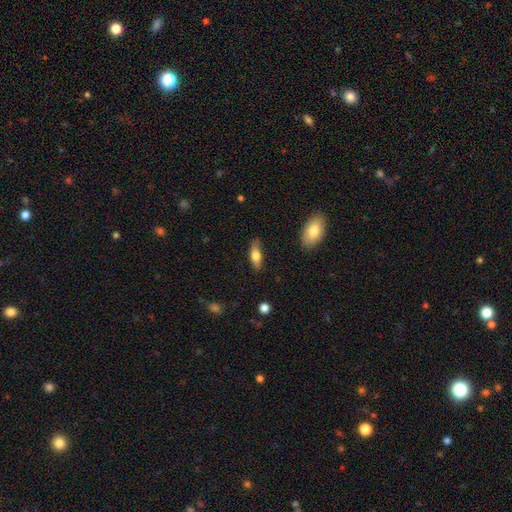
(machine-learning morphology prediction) Smooth or featured?
  - smooth: 66% *
  - featured or disk: 28%
  - star or artifact: 6%
How rounded?
  - in between: 63% *
  - cigar-shaped: 33%
  - round: 3%
Merging?
  - none: 81% *
  - minor disturbance: 15%
  - major disturbance: 3%
  - merger: 2%